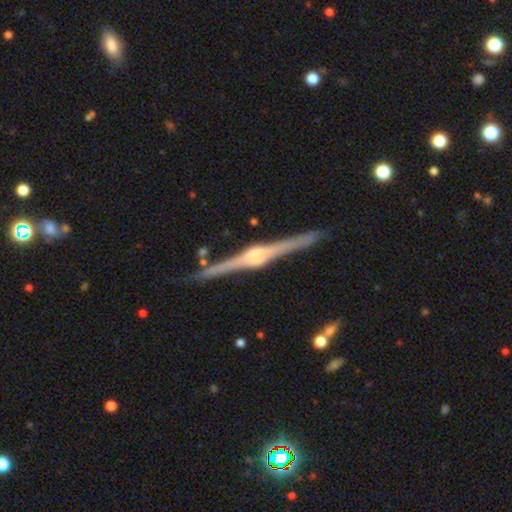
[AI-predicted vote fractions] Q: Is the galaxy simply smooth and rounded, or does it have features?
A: featured or disk — 89%.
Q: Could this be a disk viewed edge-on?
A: yes — 99%.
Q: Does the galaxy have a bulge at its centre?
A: rounded — 82%.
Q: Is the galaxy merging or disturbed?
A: none — 88%.